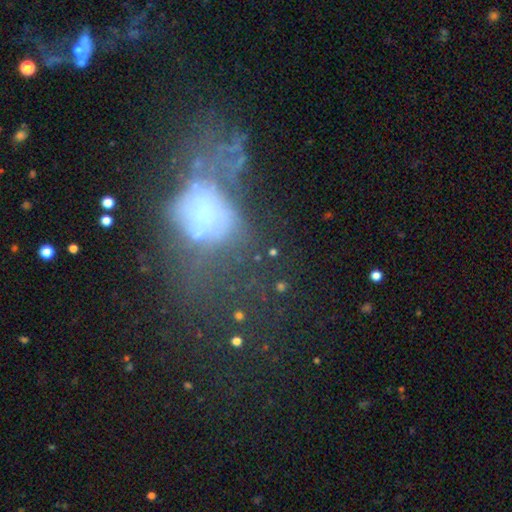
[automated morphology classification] Smooth or featured?
  - featured or disk: 38% *
  - smooth: 37%
  - star or artifact: 25%
Merging?
  - major disturbance: 49% *
  - none: 22%
  - minor disturbance: 15%
  - merger: 14%